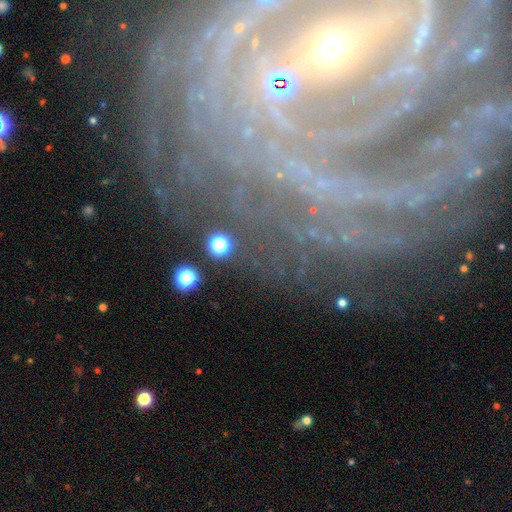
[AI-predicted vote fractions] A featured or disk galaxy (83%) with a strong bar (41%), more than 4 (24%, tied with can't tell) tight (80%) spiral arms (95%) and a small central bulge (68%).

Vote fractions:
- Smooth or featured? featured or disk: 83% / star or artifact: 11% / smooth: 6%
- Edge-on disk? no: 95% / yes: 5%
- Bar? strong: 41% / no: 32% / weak: 26%
- Spiral arms? yes: 95% / no: 5%
- Spiral winding? tight: 80% / medium: 15% / loose: 5%
- Spiral arm count? more than 4: 24% (tied) / can't tell: 24% (tied) / 4: 15% / 3: 14% / 2: 13% / 1: 10%
- Bulge size? small: 68% / moderate: 24% / large: 4% / none: 3% / dominant: 2%
- Merging? none: 77% / minor disturbance: 13% / major disturbance: 8% / merger: 3%